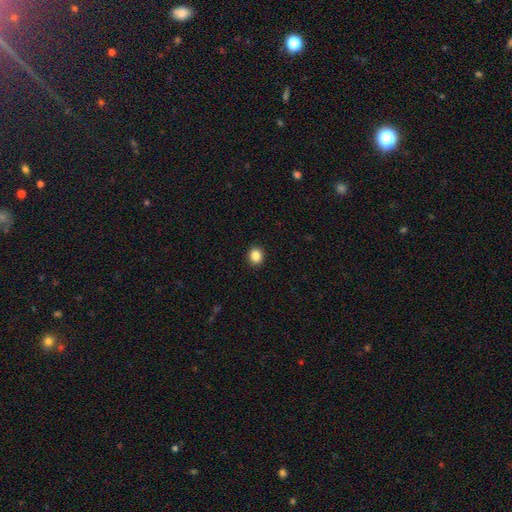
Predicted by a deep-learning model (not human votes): Smooth or featured?
  - smooth: 86% *
  - star or artifact: 10%
  - featured or disk: 4%
How rounded?
  - round: 77% *
  - in between: 22%
  - cigar-shaped: 1%
Merging?
  - none: 93% *
  - minor disturbance: 5%
  - major disturbance: 2%
  - merger: 1%